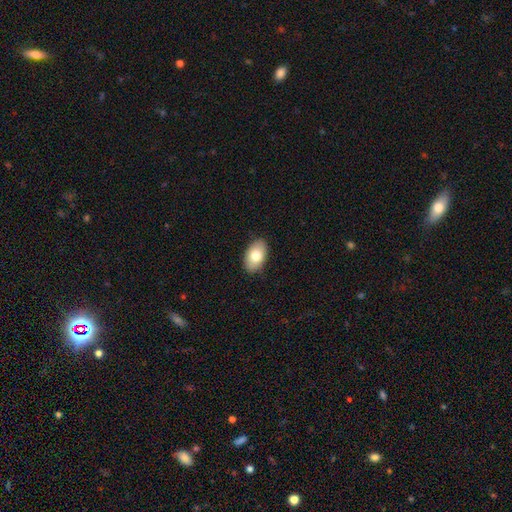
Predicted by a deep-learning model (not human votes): Smooth or featured? smooth (78%)
How rounded? in between (92%)
Merging? none (88%)